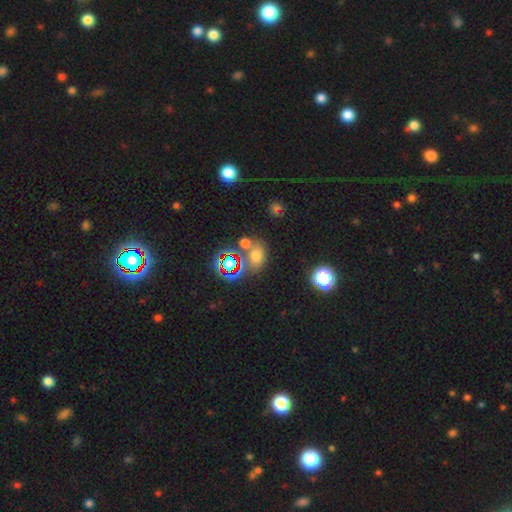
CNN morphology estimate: The model was most divided on "how rounded": in between: 56%, round: 42%, cigar-shaped: 2%. More confident: smooth or featured — smooth (58%); merging — none (58%).